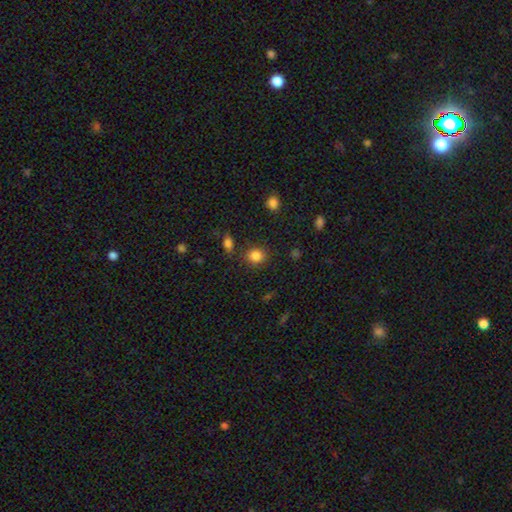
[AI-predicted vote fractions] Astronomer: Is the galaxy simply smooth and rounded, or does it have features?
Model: smooth — 85%.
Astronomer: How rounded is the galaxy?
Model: round — 77%.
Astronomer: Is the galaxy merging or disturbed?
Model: none — 82%.